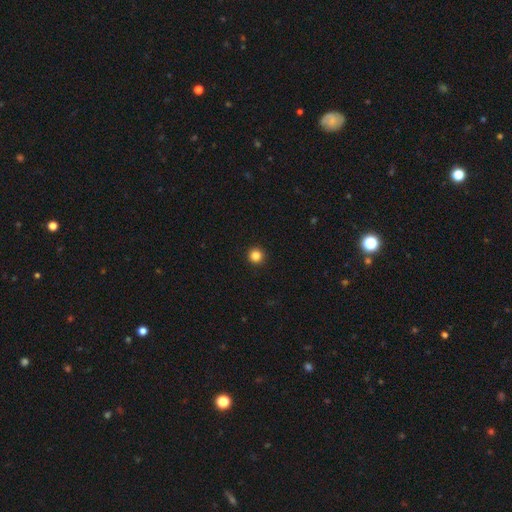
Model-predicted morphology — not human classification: A smooth galaxy with no disk features (84%) that is round (96%). Merging: none (94%).